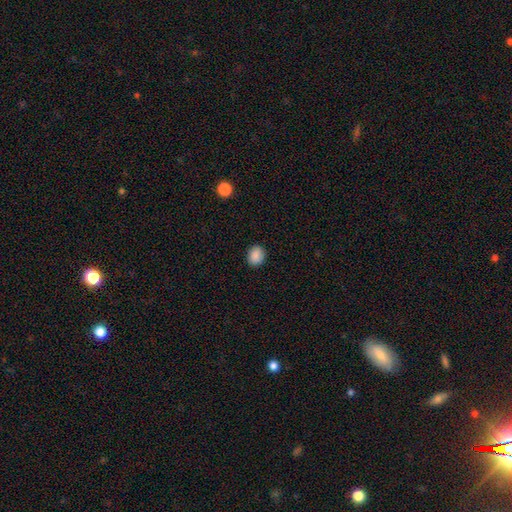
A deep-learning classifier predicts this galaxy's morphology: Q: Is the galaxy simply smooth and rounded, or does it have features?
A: smooth — 88%.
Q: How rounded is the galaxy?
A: round — 53%.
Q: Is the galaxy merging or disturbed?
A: none — 89%.